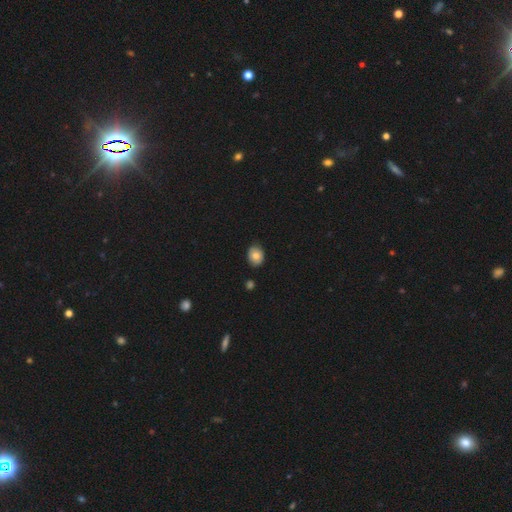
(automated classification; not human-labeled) The model was most divided on "how rounded": in between: 52%, round: 47%, cigar-shaped: 1%. More confident: merging — none (85%); smooth or featured — smooth (78%).